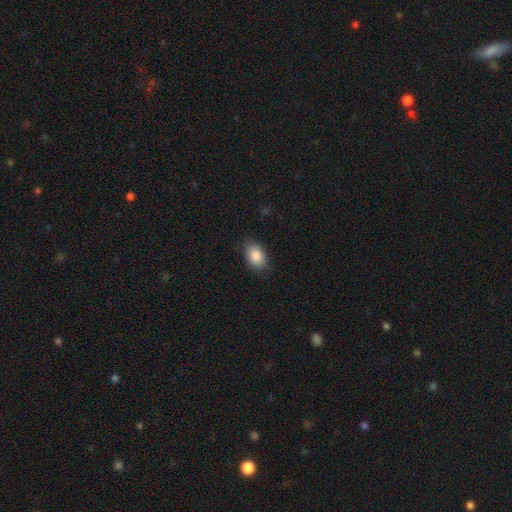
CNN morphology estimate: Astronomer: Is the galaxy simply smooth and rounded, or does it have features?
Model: smooth — 88%.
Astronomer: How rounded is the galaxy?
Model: in between — 88%.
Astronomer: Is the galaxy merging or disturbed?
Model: none — 86%.